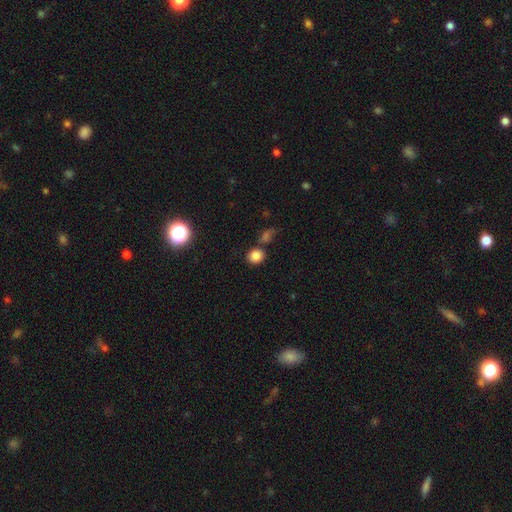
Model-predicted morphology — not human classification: Smooth or featured? smooth (83%)
How rounded? round (82%)
Merging? none (69%)